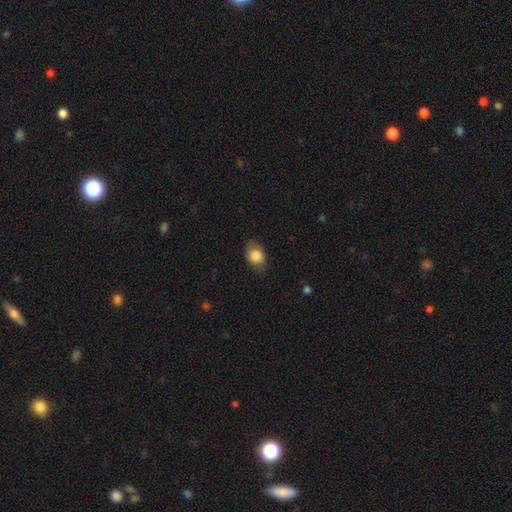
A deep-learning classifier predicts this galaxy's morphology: Smooth or featured?
  - smooth: 82% *
  - featured or disk: 11%
  - star or artifact: 7%
How rounded?
  - in between: 77% *
  - round: 21%
  - cigar-shaped: 1%
Merging?
  - none: 73% *
  - minor disturbance: 21%
  - major disturbance: 5%
  - merger: 1%